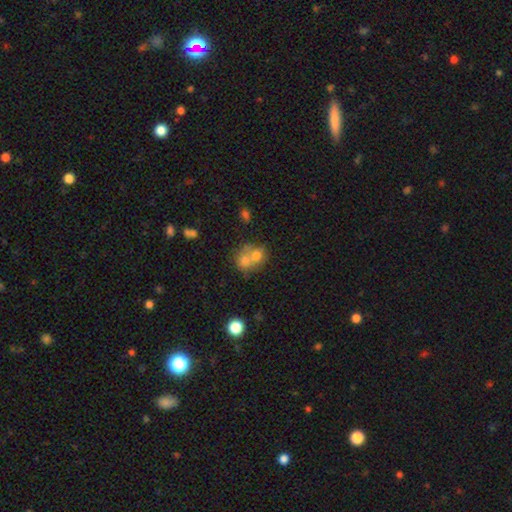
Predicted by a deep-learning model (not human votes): Smooth or featured?
  - smooth: 66% *
  - featured or disk: 23%
  - star or artifact: 11%
How rounded?
  - round: 62% *
  - in between: 37%
  - cigar-shaped: 1%
Merging?
  - merger: 67% *
  - none: 23%
  - minor disturbance: 6%
  - major disturbance: 3%